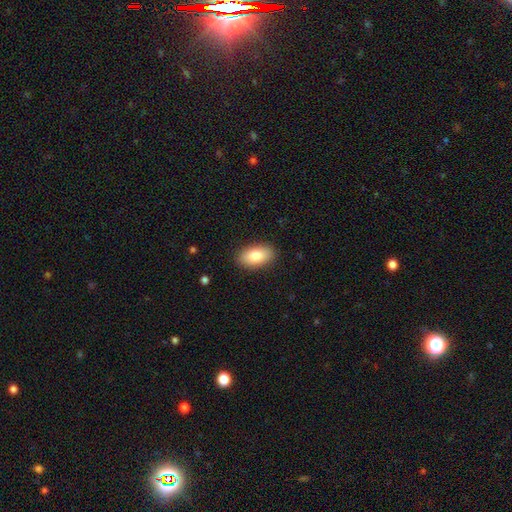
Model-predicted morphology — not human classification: type=smooth (84%); roundness=in between (94%); merging=none (88%).